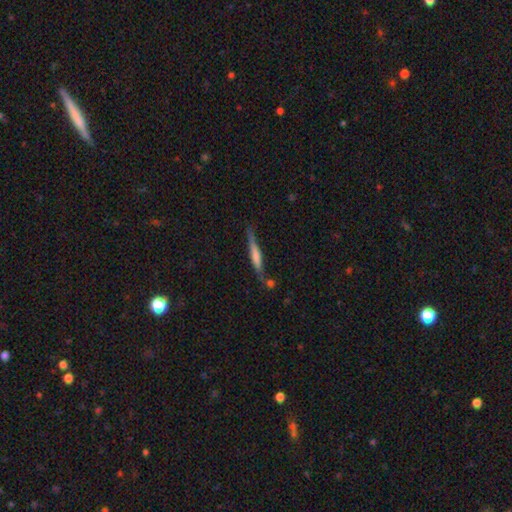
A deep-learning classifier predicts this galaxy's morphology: The model was most divided on "smooth or featured": smooth: 49%, featured or disk: 44%, star or artifact: 7%. More confident: merging — none (66%).